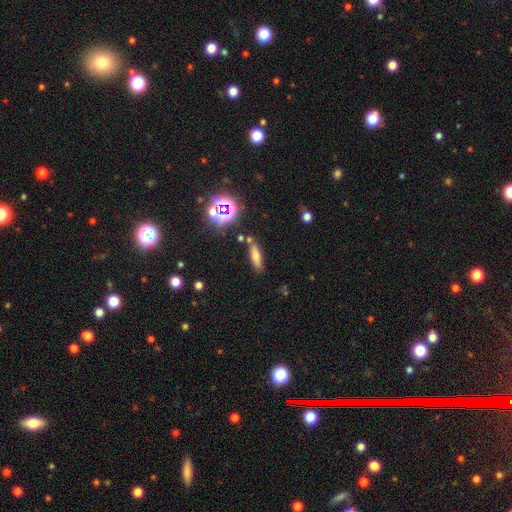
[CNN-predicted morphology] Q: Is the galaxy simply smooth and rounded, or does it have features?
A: smooth — 64%.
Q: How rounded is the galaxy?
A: cigar-shaped — 50%.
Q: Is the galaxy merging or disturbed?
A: none — 75%.